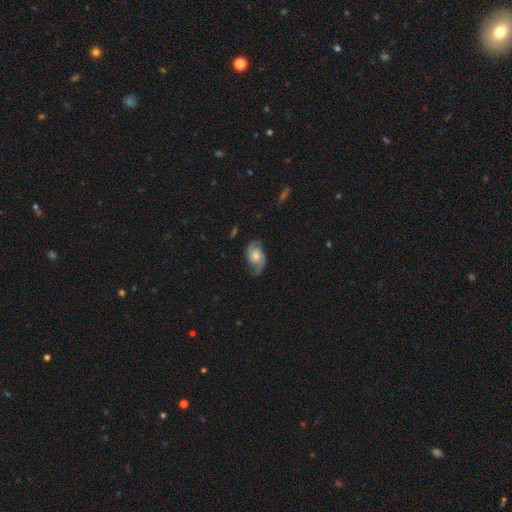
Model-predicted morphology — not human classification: smooth-or-featured: featured or disk: 79% | smooth: 14% | star or artifact: 6%
  disk-edge-on: no: 97% | yes: 3%
    bar: no: 61% | weak: 33% | strong: 6%
    has-spiral-arms: yes: 96% | no: 4%
      spiral-winding: medium: 49% | tight: 27% | loose: 24%
      spiral-arm-count: 2: 90% | can't tell: 4% | 1: 2% | 3: 1% | 4: 1% | more than 4: 1%
    bulge-size: moderate: 52% | small: 28% | large: 11% | none: 7% | dominant: 2%
  merging: none: 77% | minor disturbance: 17% | major disturbance: 5% | merger: 1%